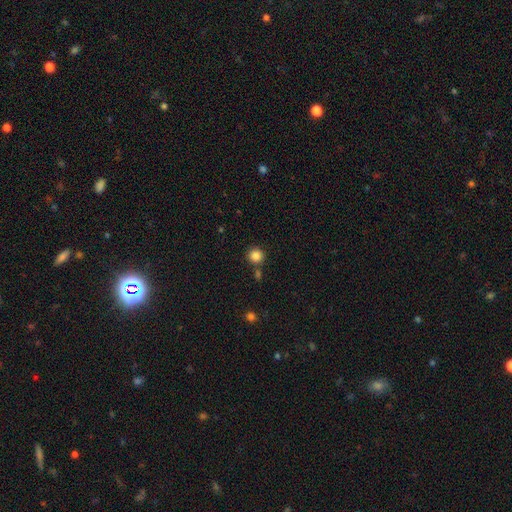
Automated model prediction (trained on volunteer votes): This is clearly a smooth galaxy (86%). How rounded: clearly round (92%). Merging: clearly none (81%).